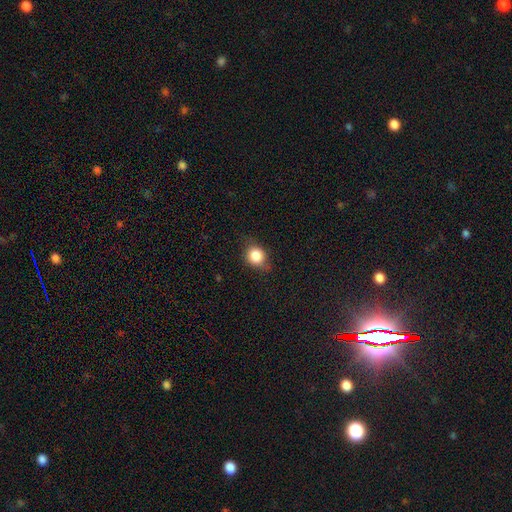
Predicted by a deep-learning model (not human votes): Smooth or featured? Predicted: smooth (p=0.82). How rounded? Predicted: round (p=0.69). Merging? Predicted: none (p=0.68).